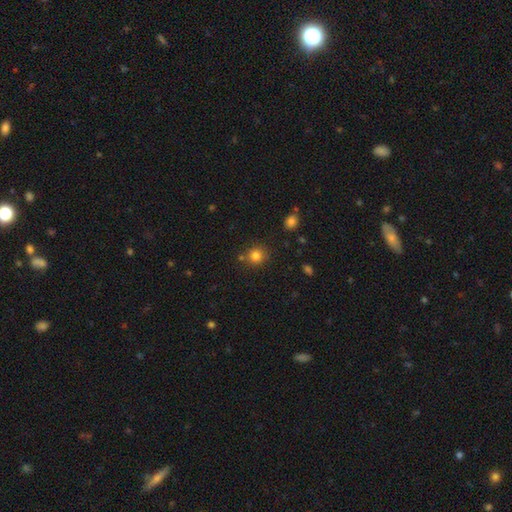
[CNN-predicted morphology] smooth-or-featured: smooth: 82% | star or artifact: 13% | featured or disk: 6%
  how-rounded: round: 89% | in between: 11% | cigar-shaped: 1%
  merging: none: 78% | minor disturbance: 10% | merger: 9% | major disturbance: 3%